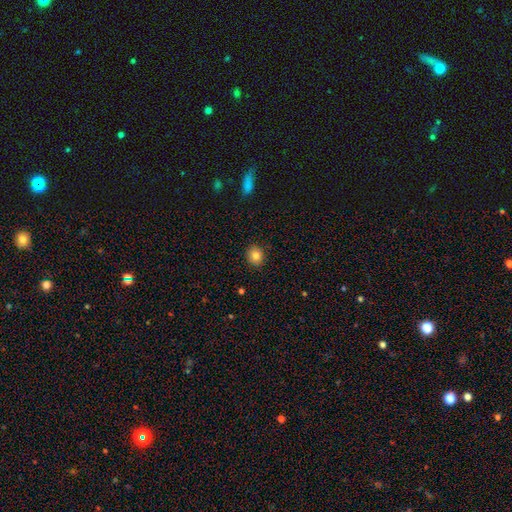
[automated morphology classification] Q: Smooth or featured?
A: smooth (83%); runner-up: star or artifact (10%)
Q: How rounded?
A: round (77%); runner-up: in between (22%)
Q: Merging?
A: none (90%); runner-up: minor disturbance (7%)